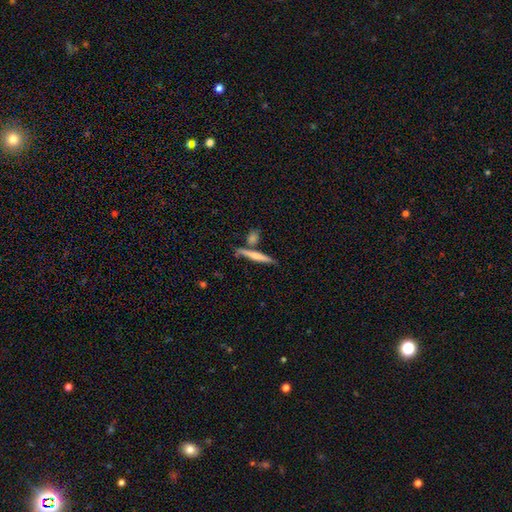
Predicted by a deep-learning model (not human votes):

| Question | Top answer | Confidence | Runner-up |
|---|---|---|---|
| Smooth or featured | smooth | 56% | featured or disk (37%) |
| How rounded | cigar-shaped | 91% | in between (6%) |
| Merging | none | 73% | merger (14%) |